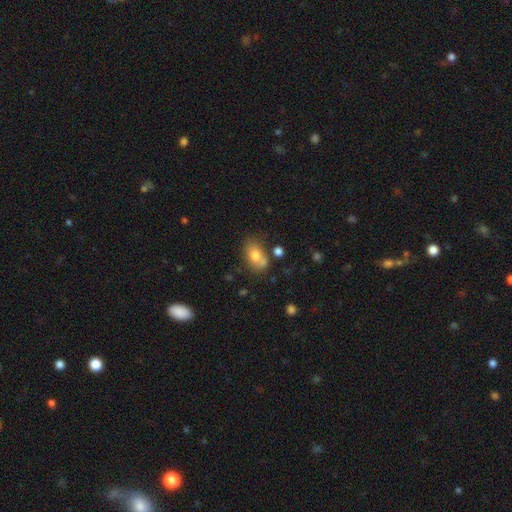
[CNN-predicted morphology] Q: Smooth or featured?
A: smooth (75%); runner-up: featured or disk (15%)
Q: How rounded?
A: in between (80%); runner-up: round (18%)
Q: Merging?
A: none (50%); runner-up: minor disturbance (23%)